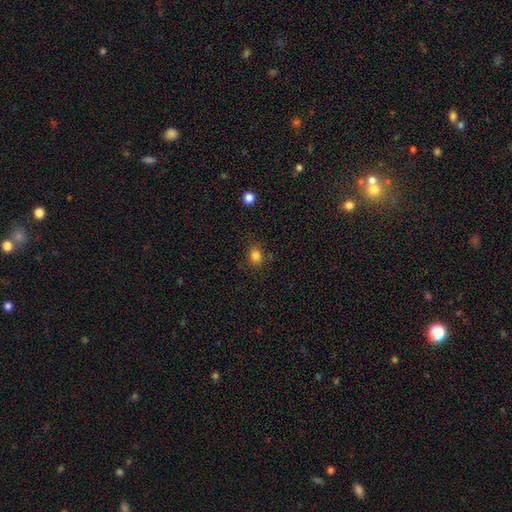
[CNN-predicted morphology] type=smooth (82%); roundness=in between (50%); merging=none (80%).